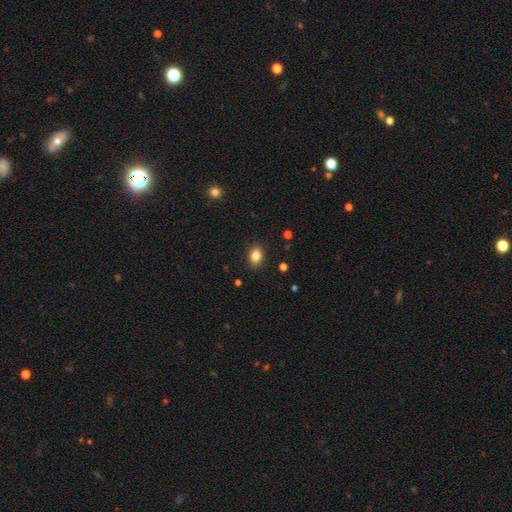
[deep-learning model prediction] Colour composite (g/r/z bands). It shows a smooth galaxy with no disk features (84%) that is in between round and cigar-shaped (73%). Merging: none (89%).